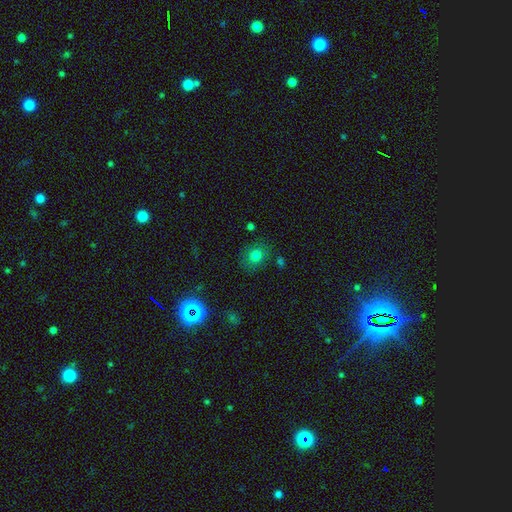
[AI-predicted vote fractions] This is likely a smooth galaxy (77%). How rounded: likely round (67%). Merging: clearly none (81%).